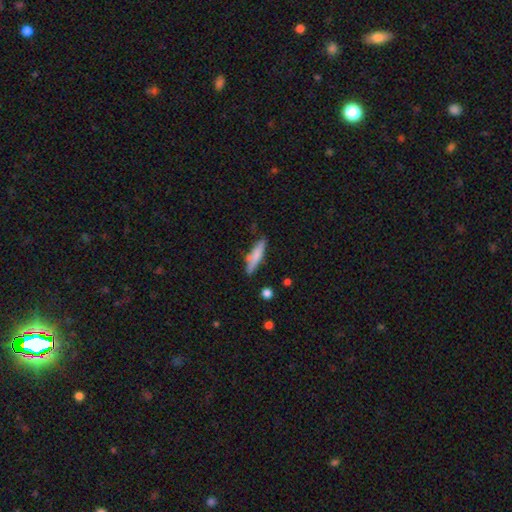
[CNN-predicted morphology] This is likely a smooth galaxy (72%). How rounded: likely cigar-shaped (79%). Merging: likely none (73%).